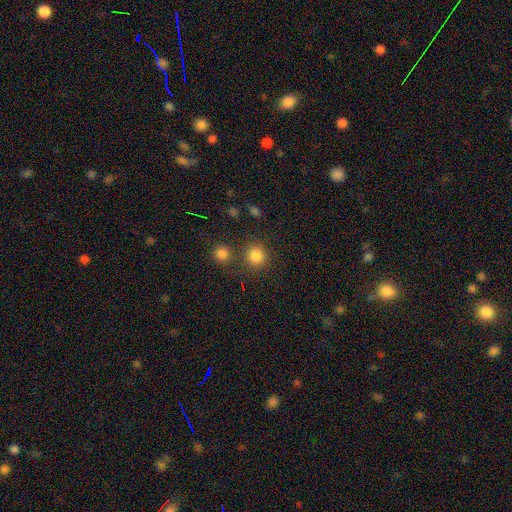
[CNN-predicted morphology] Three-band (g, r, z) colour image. It shows a smooth galaxy with no disk features (83%) that is round (90%). Merging: none (75%).